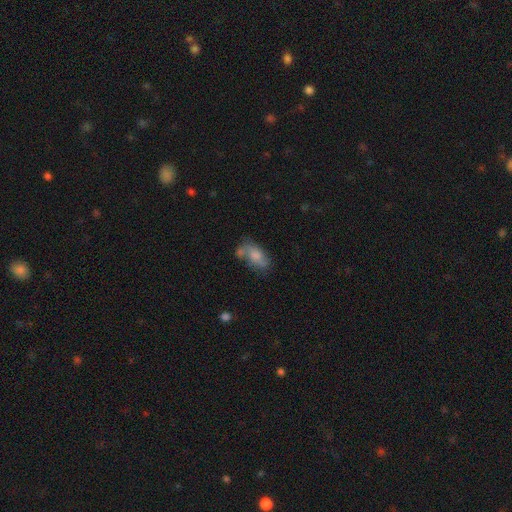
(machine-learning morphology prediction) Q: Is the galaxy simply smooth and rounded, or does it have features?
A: smooth — 59%.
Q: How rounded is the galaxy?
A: in between — 88%.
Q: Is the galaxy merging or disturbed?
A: none — 39%.